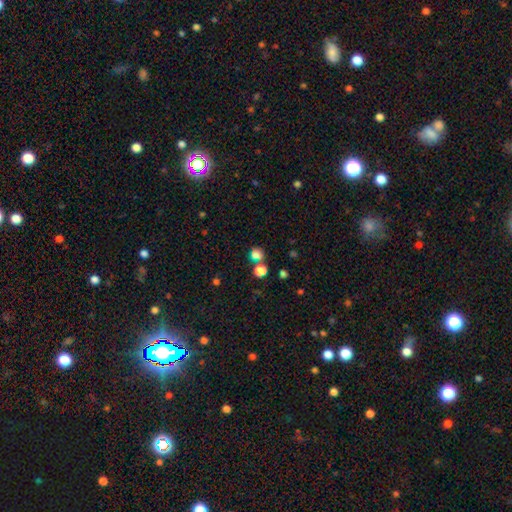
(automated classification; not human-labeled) The model was most divided on "merging": none: 65%, merger: 22%, minor disturbance: 9%, major disturbance: 4%. More confident: how rounded — round (81%); smooth or featured — smooth (74%).